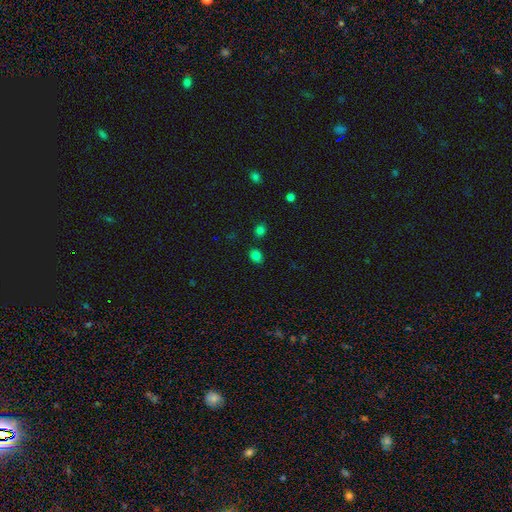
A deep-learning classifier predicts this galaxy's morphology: Overall: smooth (79%). How rounded: in between (52%; round 47%). Merging: none (82%).